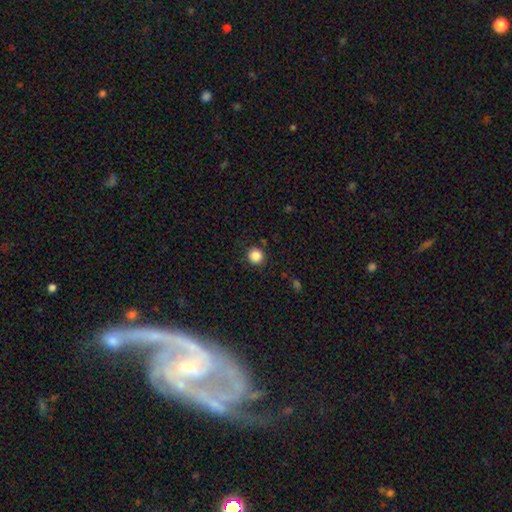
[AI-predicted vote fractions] This is clearly a smooth galaxy (86%). How rounded: clearly round (91%). Merging: clearly none (88%).